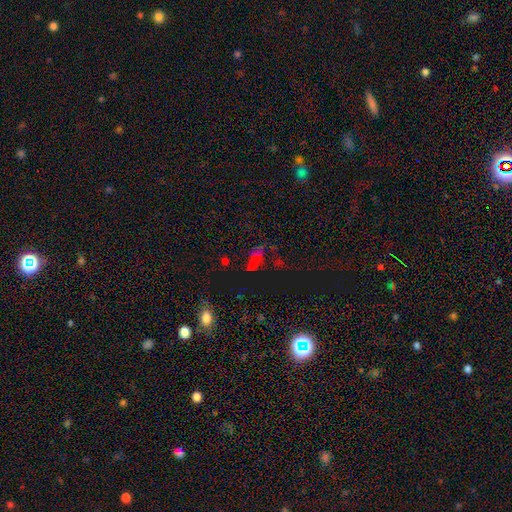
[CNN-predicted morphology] Smooth or featured? Predicted: star or artifact (p=0.54).